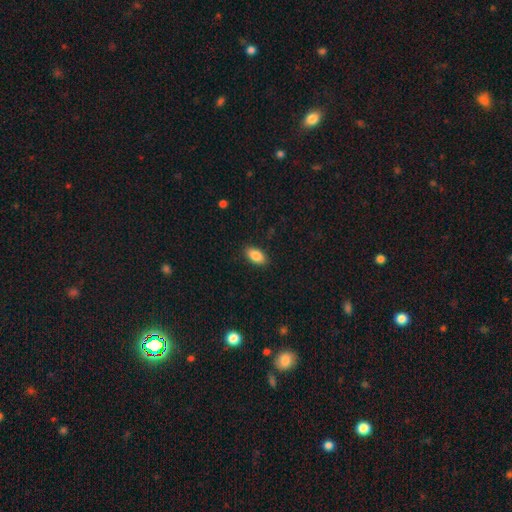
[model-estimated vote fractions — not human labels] Q: Smooth or featured?
A: smooth (86%); runner-up: star or artifact (7%)
Q: How rounded?
A: in between (92%); runner-up: cigar-shaped (4%)
Q: Merging?
A: none (89%); runner-up: minor disturbance (8%)